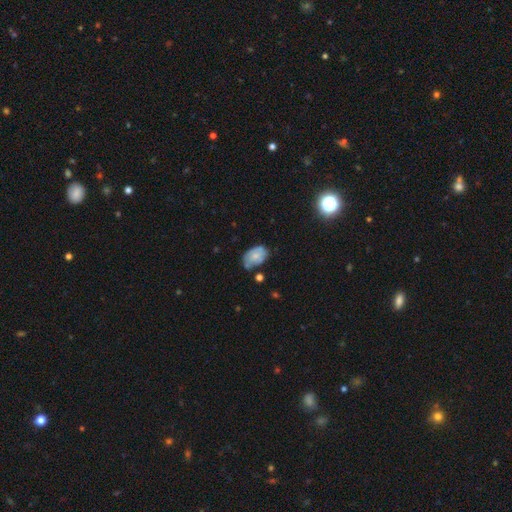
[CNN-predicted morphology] Smooth or featured? Predicted: smooth (p=0.59). How rounded? Predicted: in between (p=0.88). Merging? Predicted: none (p=0.52).